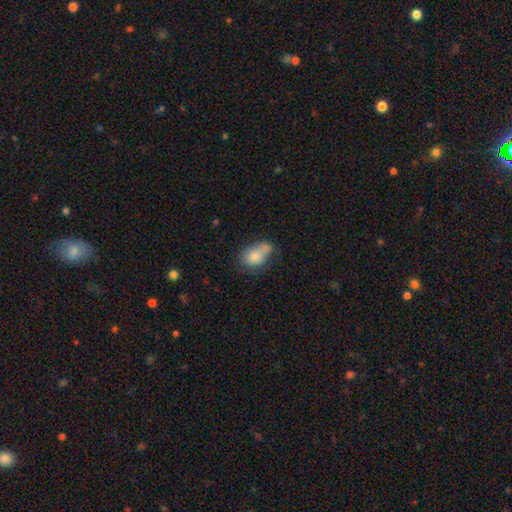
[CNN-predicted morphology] type=smooth (77%); roundness=in between (81%); merging=none (33%).